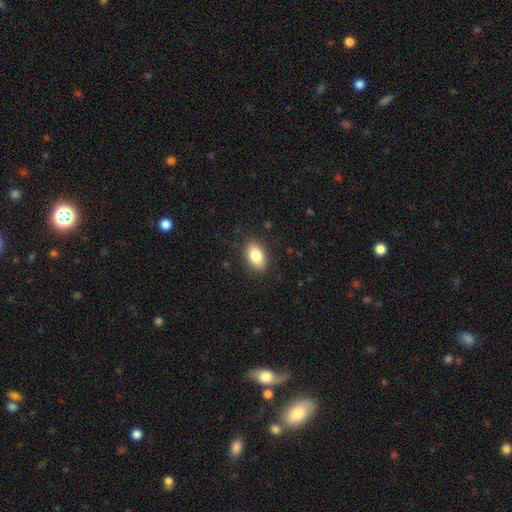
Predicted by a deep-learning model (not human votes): Smooth or featured? smooth (84%)
How rounded? in between (89%)
Merging? none (87%)